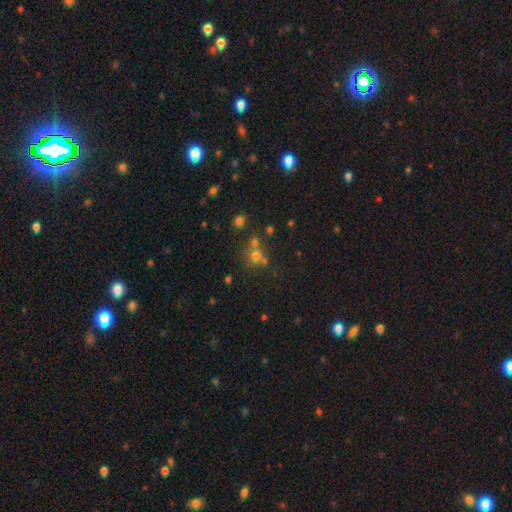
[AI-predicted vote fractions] A smooth galaxy with no disk features (64%) that is round (84%).

Vote fractions:
- Smooth or featured? smooth: 64% / star or artifact: 23% / featured or disk: 13%
- How rounded? round: 84% / in between: 15% / cigar-shaped: 1%
- Merging? none: 52% / merger: 35% / minor disturbance: 9% / major disturbance: 4%